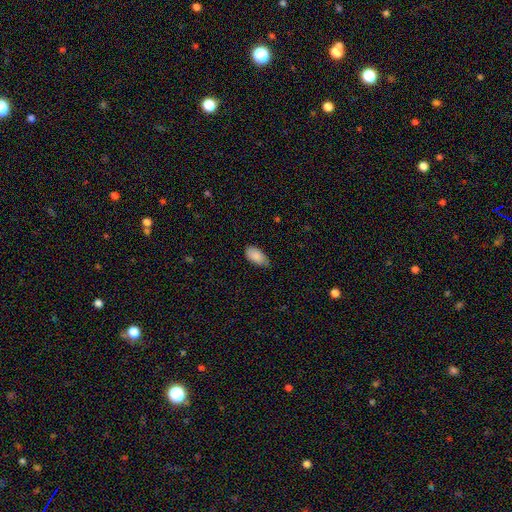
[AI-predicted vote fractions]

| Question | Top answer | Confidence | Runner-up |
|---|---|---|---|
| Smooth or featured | smooth | 88% | star or artifact (6%) |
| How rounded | in between | 95% | cigar-shaped (3%) |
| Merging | none | 59% | minor disturbance (35%) |